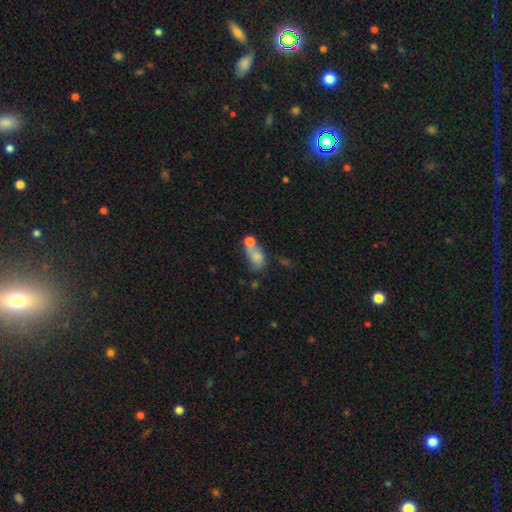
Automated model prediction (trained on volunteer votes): This is likely a smooth galaxy (70%). How rounded: likely in between (76%). Merging: marginally merger (44%).